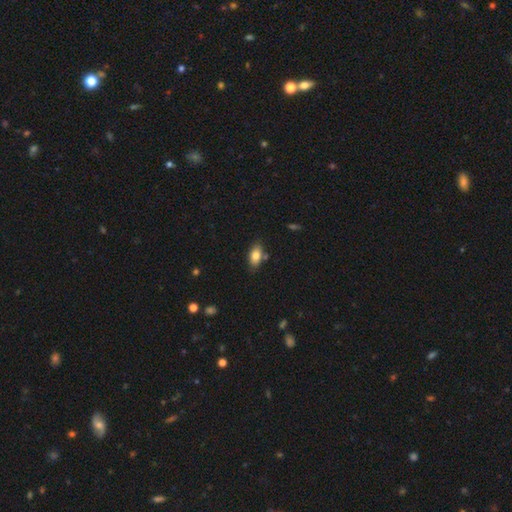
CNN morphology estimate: smooth-or-featured: smooth: 80% | featured or disk: 12% | star or artifact: 8%
  how-rounded: in between: 90% | round: 5% | cigar-shaped: 4%
  merging: none: 78% | minor disturbance: 14% | merger: 6% | major disturbance: 3%